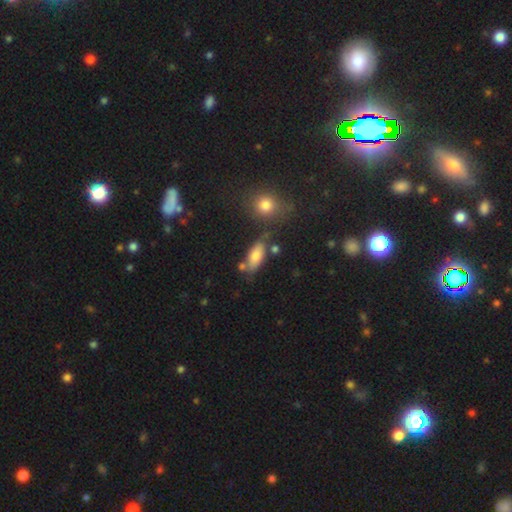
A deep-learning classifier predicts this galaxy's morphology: type=smooth (76%); roundness=in between (80%); merging=none (69%).